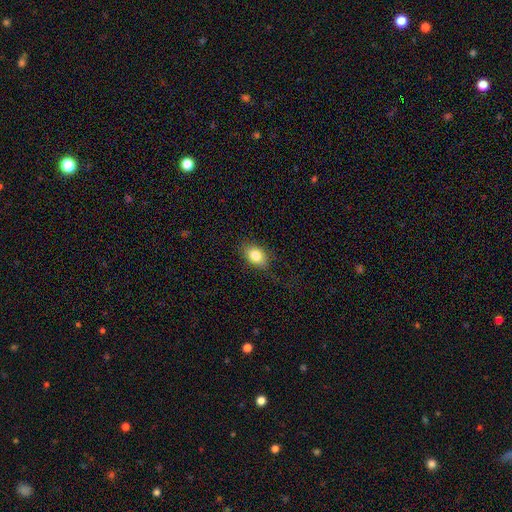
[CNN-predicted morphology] type=smooth (82%); roundness=in between (77%); merging=none (80%).